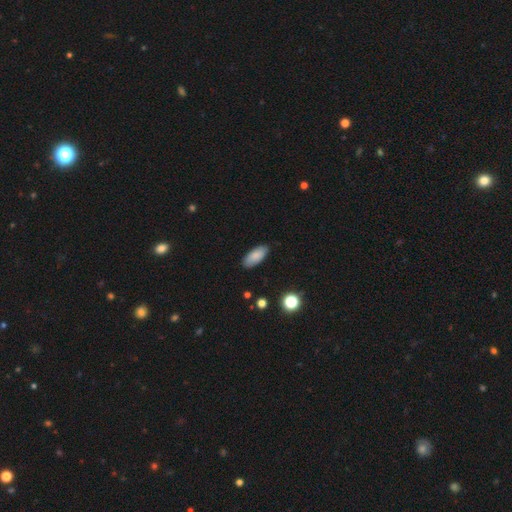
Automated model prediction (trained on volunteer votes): Smooth or featured: smooth — 85% (featured or disk — 8%)
How rounded: in between — 86% (cigar-shaped — 12%)
Merging: none — 86% (minor disturbance — 11%)